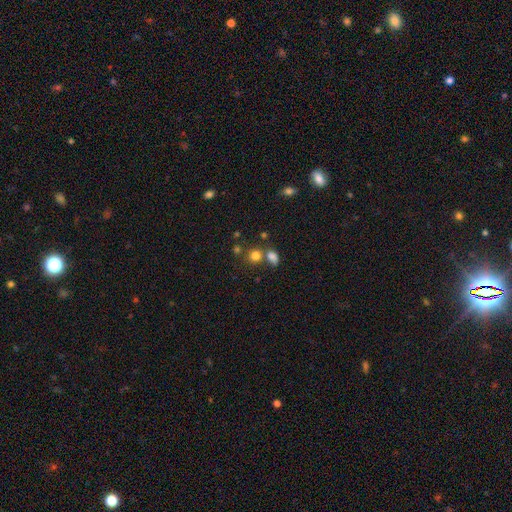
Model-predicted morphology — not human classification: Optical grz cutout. It shows a smooth galaxy with no disk features (78%) that is round (77%). Merging: none (57%).